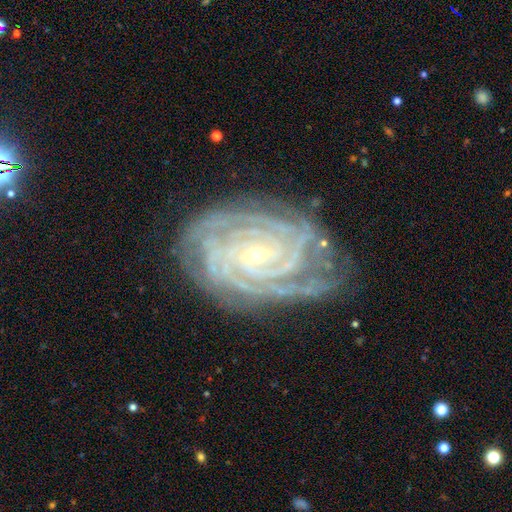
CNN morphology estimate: This is clearly a featured or disk galaxy (92%). It is clearly not viewed edge-on (97%). Bar: possibly no (56%). Spiral arm pattern: clearly yes (99%). Spiral arm count: marginally 4 (31%). Spiral winding: clearly tight (84%). Central bulge: likely small (74%). Merging: likely none (76%).